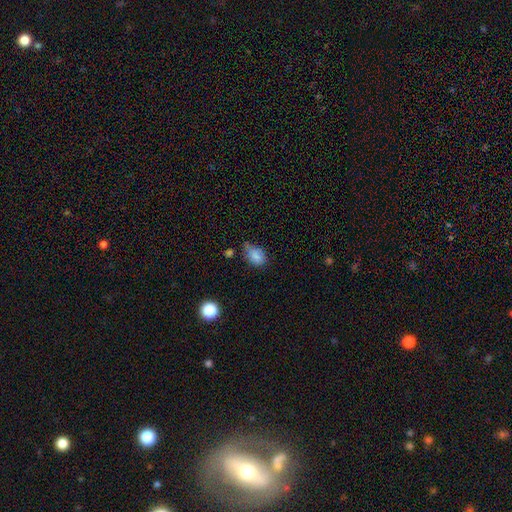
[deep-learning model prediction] Smooth or featured?
  - smooth: 82% *
  - star or artifact: 11%
  - featured or disk: 7%
How rounded?
  - in between: 76% *
  - round: 22%
  - cigar-shaped: 1%
Merging?
  - none: 49% *
  - minor disturbance: 36%
  - major disturbance: 8%
  - merger: 7%